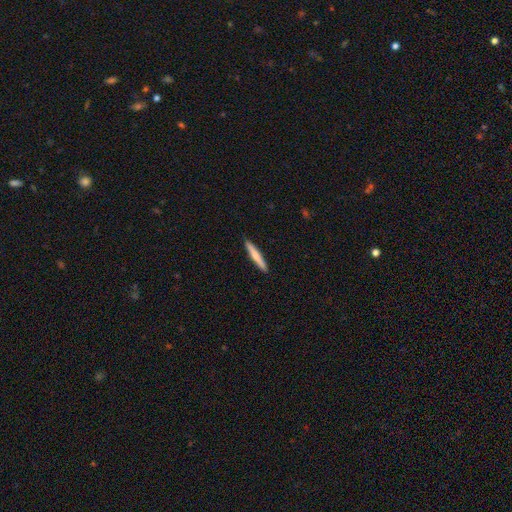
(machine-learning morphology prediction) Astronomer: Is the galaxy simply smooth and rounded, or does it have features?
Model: smooth — 70%.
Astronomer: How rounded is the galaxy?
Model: cigar-shaped — 95%.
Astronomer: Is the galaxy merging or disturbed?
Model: none — 92%.